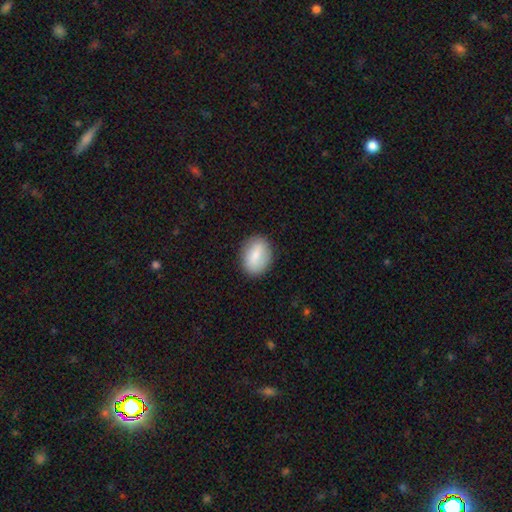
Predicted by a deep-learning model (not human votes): A smooth galaxy with no disk features (74%) that is in between round and cigar-shaped (70%). Merging: none (85%).